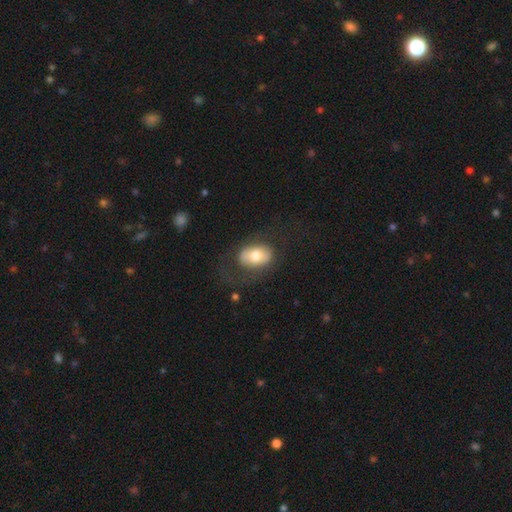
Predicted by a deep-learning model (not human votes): smooth_or_featured: smooth (p=0.63) [alt: featured or disk p=0.31]
how_rounded: in between (p=0.82) [alt: round p=0.16]
merging: none (p=0.64) [alt: minor disturbance p=0.17]